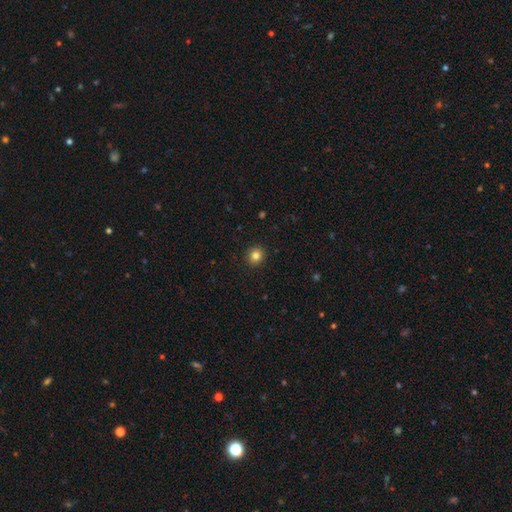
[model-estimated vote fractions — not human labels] Smooth or featured: smooth — 82% (star or artifact — 12%)
How rounded: round — 89% (in between — 11%)
Merging: none — 92% (minor disturbance — 5%)